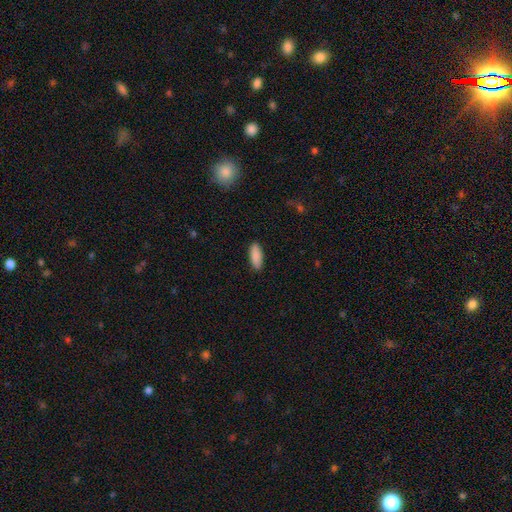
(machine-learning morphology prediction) A smooth galaxy with no disk features (90%) that is in between round and cigar-shaped (77%).

Vote fractions:
- Smooth or featured? smooth: 90% / star or artifact: 6% / featured or disk: 4%
- How rounded? in between: 77% / cigar-shaped: 21% / round: 2%
- Merging? none: 89% / minor disturbance: 8% / major disturbance: 2% / merger: 1%